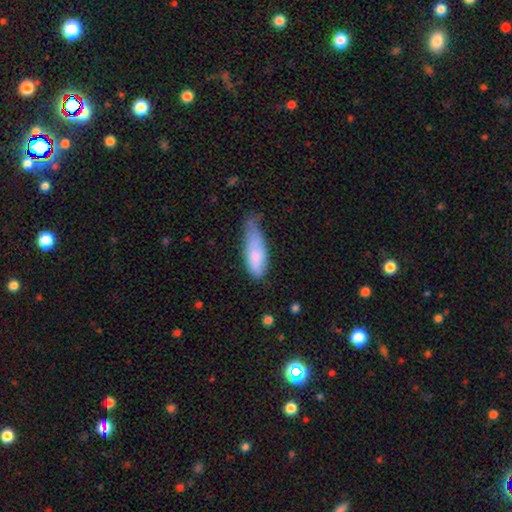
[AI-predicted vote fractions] This is likely a smooth galaxy (80%). How rounded: possibly in between (58%). Merging: possibly minor disturbance (48%).